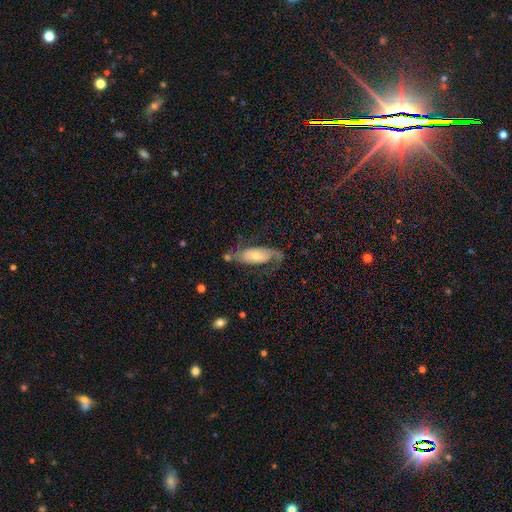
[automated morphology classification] type=featured or disk (69%); edge-on=no (90%); bar=no (63%); spiral arms=yes (89%); winding=loose (42%); arm count=2 (80%); bulge=moderate (47%); merging=none (59%).